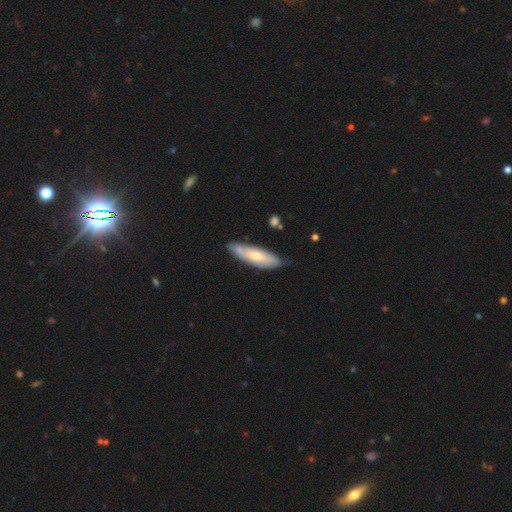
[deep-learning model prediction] This appears to be a smooth galaxy with no disk features (56%) that is cigar-shaped (53%). Merging: none (69%).